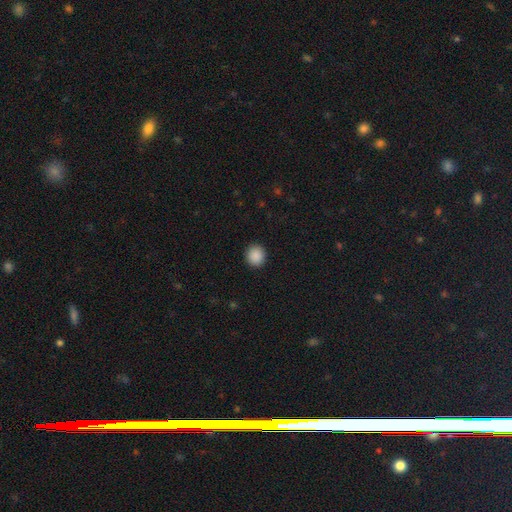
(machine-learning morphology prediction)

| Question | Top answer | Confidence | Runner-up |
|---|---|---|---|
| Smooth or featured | smooth | 90% | star or artifact (8%) |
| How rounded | round | 84% | in between (15%) |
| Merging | none | 92% | minor disturbance (5%) |